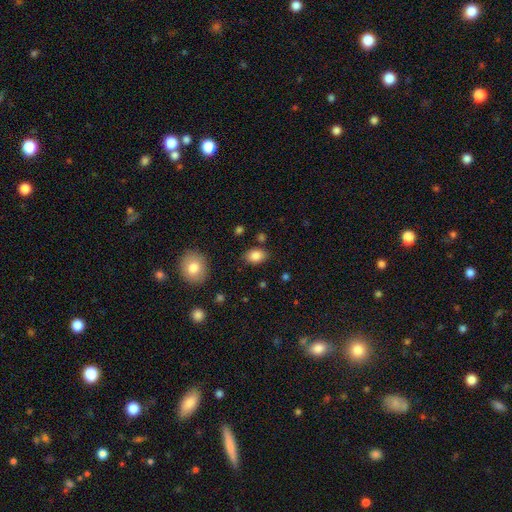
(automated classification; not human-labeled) Q: Smooth or featured?
A: smooth (84%); runner-up: star or artifact (9%)
Q: How rounded?
A: in between (79%); runner-up: round (20%)
Q: Merging?
A: none (81%); runner-up: minor disturbance (13%)